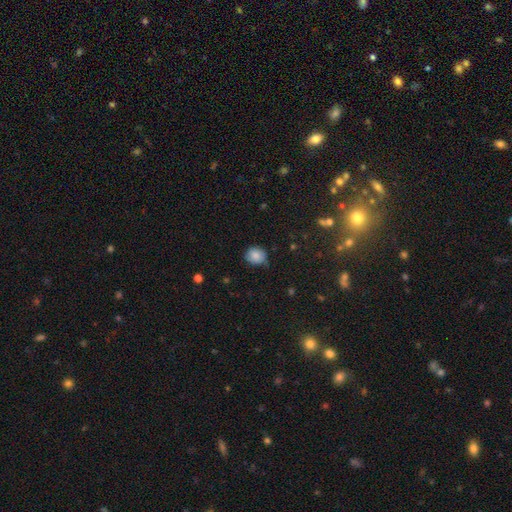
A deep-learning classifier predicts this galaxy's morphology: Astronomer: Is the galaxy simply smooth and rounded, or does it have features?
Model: smooth — 83%.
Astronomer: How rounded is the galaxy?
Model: round — 76%.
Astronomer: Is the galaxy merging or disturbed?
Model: none — 66%.